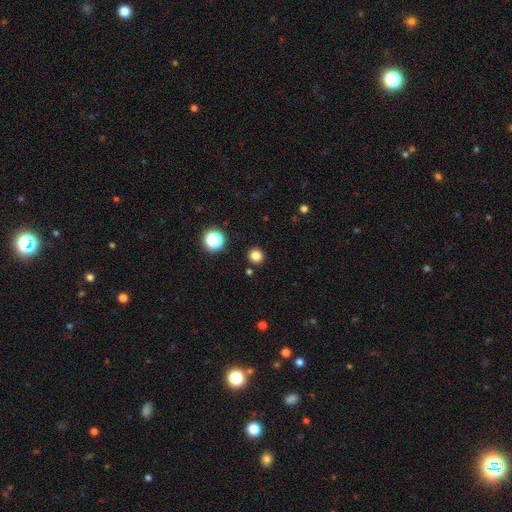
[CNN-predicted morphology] smooth-or-featured: smooth: 81% | star or artifact: 15% | featured or disk: 4%
  how-rounded: round: 94% | in between: 5% | cigar-shaped: 1%
  merging: none: 90% | minor disturbance: 5% | merger: 3% | major disturbance: 2%